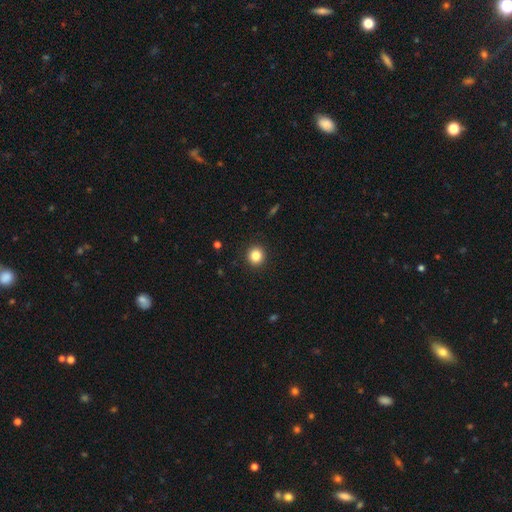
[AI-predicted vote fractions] This is clearly a smooth galaxy (84%). How rounded: clearly round (92%). Merging: clearly none (92%).